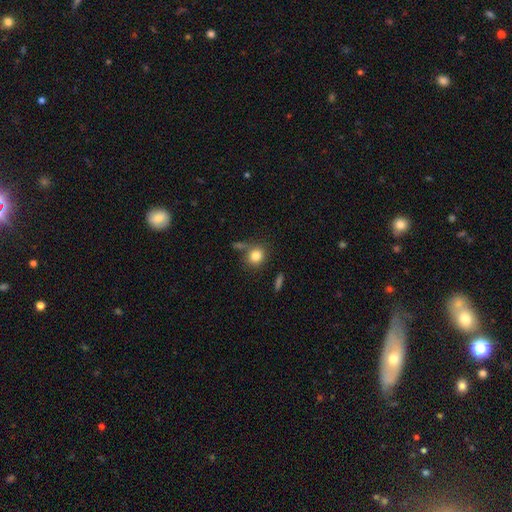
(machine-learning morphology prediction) Smooth or featured?
  - smooth: 82% *
  - star or artifact: 10%
  - featured or disk: 8%
How rounded?
  - round: 79% *
  - in between: 19%
  - cigar-shaped: 1%
Merging?
  - none: 68% *
  - minor disturbance: 14%
  - merger: 12%
  - major disturbance: 6%